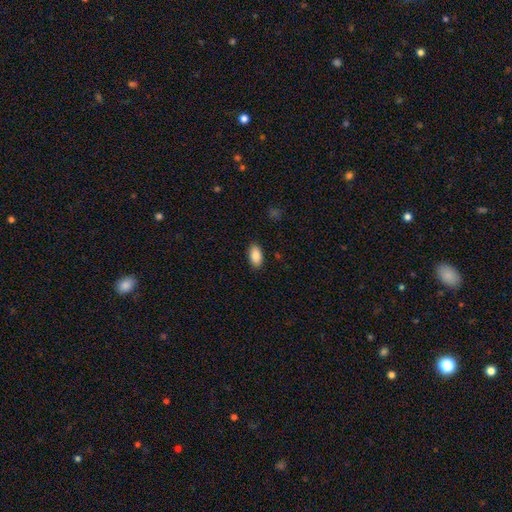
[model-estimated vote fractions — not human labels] smooth-or-featured: smooth: 88% | star or artifact: 7% | featured or disk: 5%
  how-rounded: in between: 94% | round: 4% | cigar-shaped: 2%
  merging: none: 87% | minor disturbance: 9% | major disturbance: 2% | merger: 1%